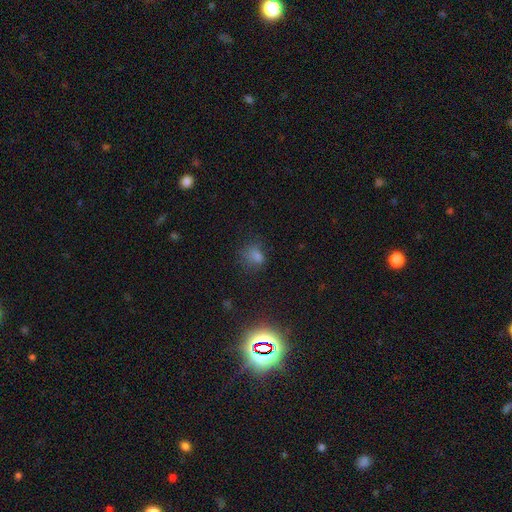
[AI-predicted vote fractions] Smooth or featured: smooth — 55% (star or artifact — 37%)
How rounded: round — 59% (in between — 39%)
Merging: none — 71% (minor disturbance — 17%)